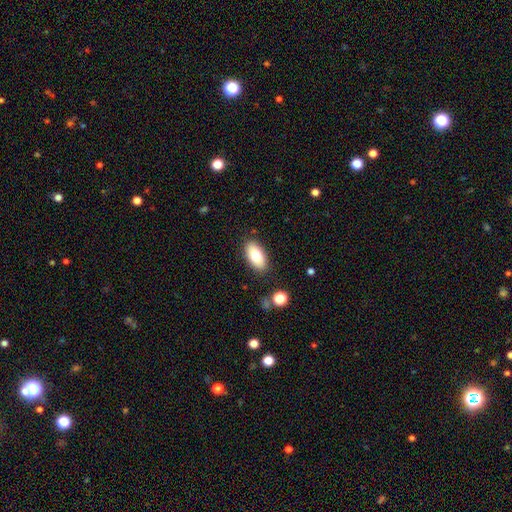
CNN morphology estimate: Smooth or featured?
  - smooth: 81% *
  - featured or disk: 12%
  - star or artifact: 7%
How rounded?
  - in between: 91% *
  - cigar-shaped: 6%
  - round: 3%
Merging?
  - none: 86% *
  - minor disturbance: 10%
  - major disturbance: 3%
  - merger: 2%